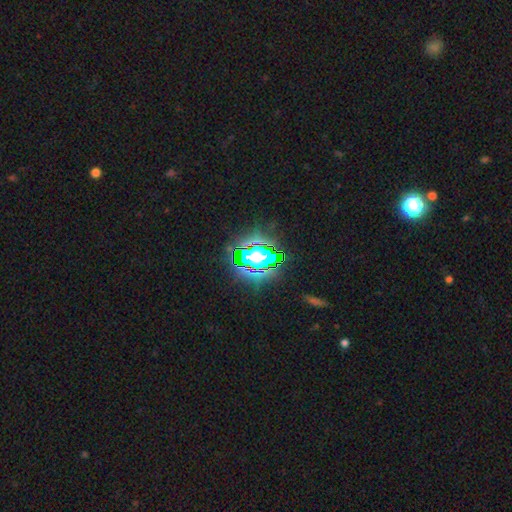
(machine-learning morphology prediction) type=star or artifact (63%).